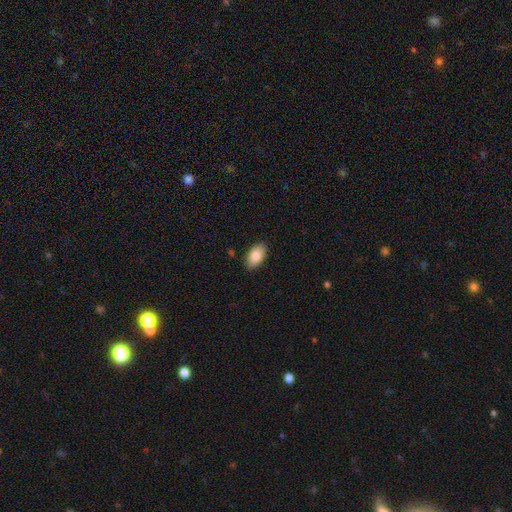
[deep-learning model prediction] A smooth galaxy with no disk features (87%) that is in between round and cigar-shaped (94%).

Vote fractions:
- Smooth or featured? smooth: 87% / featured or disk: 7% / star or artifact: 7%
- How rounded? in between: 94% / round: 4% / cigar-shaped: 2%
- Merging? none: 87% / minor disturbance: 10% / major disturbance: 2% / merger: 1%